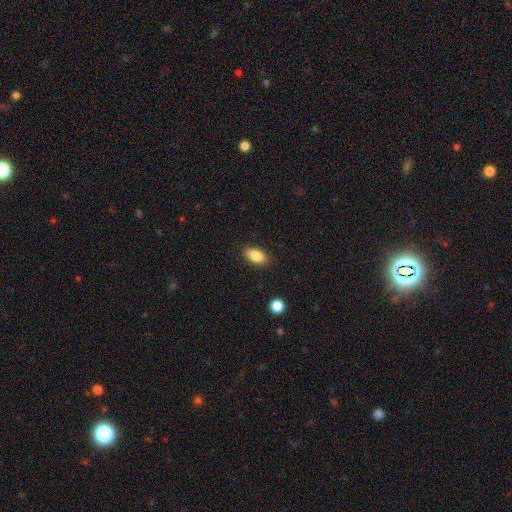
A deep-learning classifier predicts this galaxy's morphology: This is clearly a smooth galaxy (86%). How rounded: clearly in between (91%). Merging: clearly none (88%).